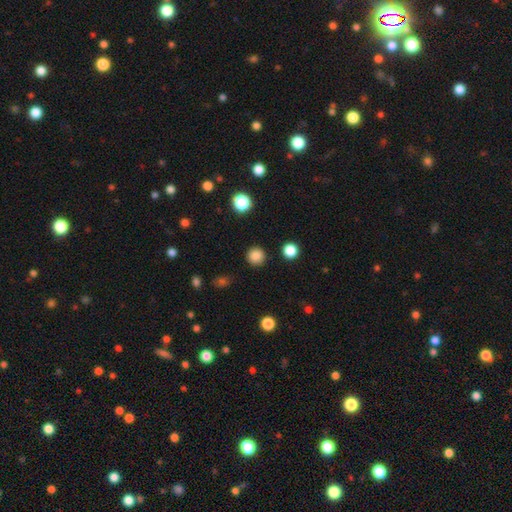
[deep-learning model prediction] Q: Smooth or featured?
A: smooth (85%); runner-up: star or artifact (12%)
Q: How rounded?
A: round (95%); runner-up: in between (4%)
Q: Merging?
A: none (91%); runner-up: minor disturbance (5%)